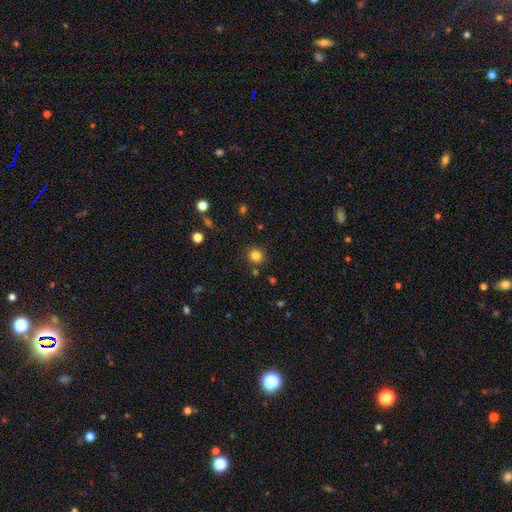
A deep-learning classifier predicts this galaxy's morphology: This is clearly a smooth galaxy (82%). How rounded: clearly round (90%). Merging: clearly none (86%).